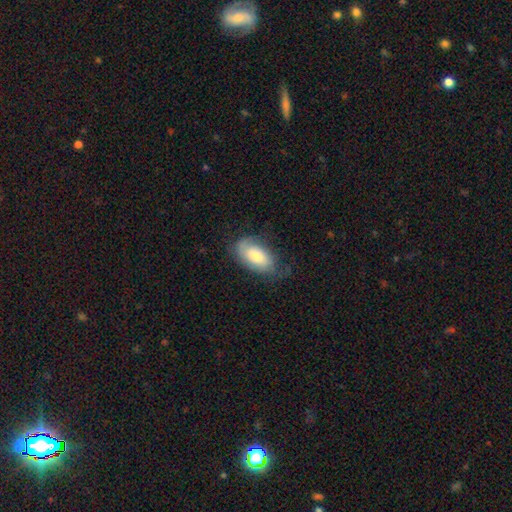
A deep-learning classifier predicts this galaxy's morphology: This is likely a smooth galaxy (64%). How rounded: clearly in between (93%). Merging: likely none (63%).